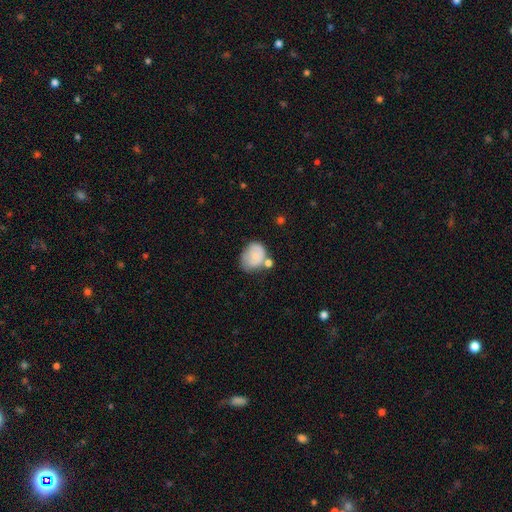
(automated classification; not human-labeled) smooth 73%, featured or disk 18%, star or artifact 8%. Down the decision tree: how rounded — in between (56%); merging — none (43%).